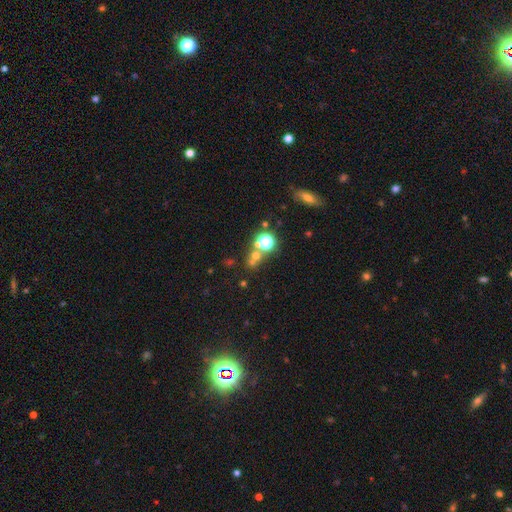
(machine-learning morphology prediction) A smooth galaxy with no disk features (46%). Merging: none (55%).